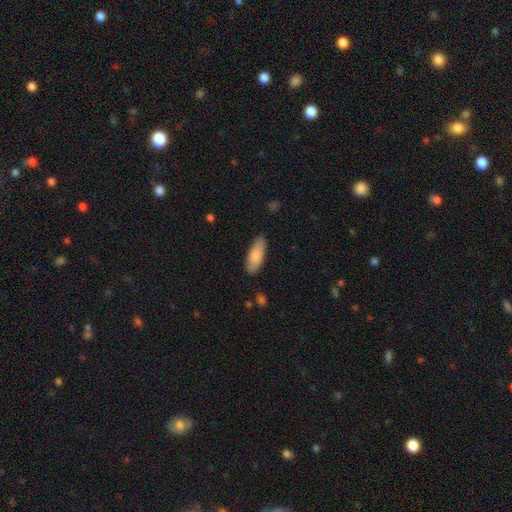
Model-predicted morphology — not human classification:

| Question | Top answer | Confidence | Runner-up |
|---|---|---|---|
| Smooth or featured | smooth | 85% | featured or disk (10%) |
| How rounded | in between | 71% | cigar-shaped (27%) |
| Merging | none | 84% | minor disturbance (12%) |